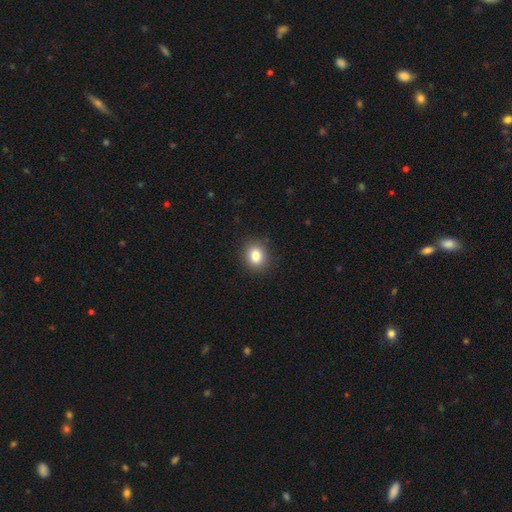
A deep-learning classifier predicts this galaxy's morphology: Overall: smooth (84%). How rounded: round (65%; in between 34%). Merging: none (88%).